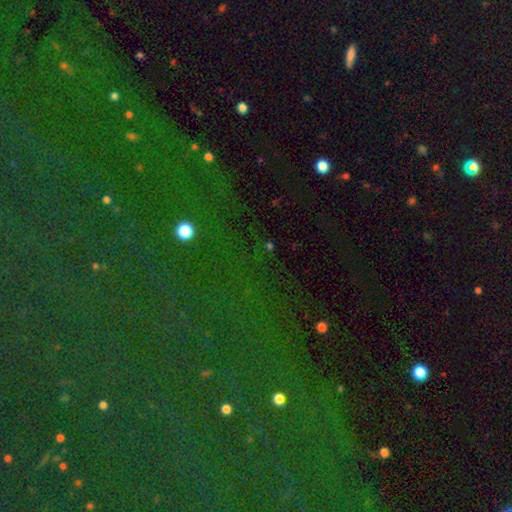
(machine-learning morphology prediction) star or artifact 79%, smooth 12%, featured or disk 9%.